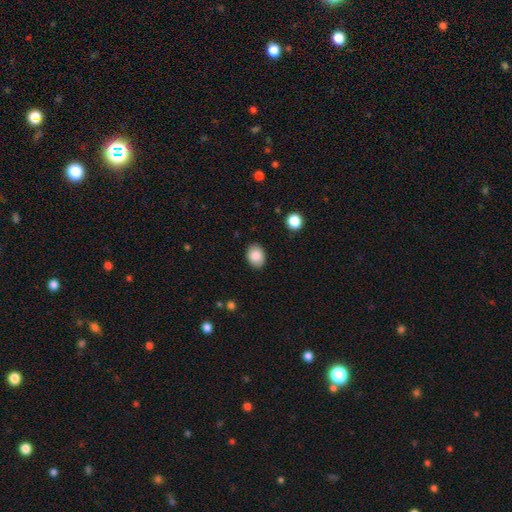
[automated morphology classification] Overall: smooth (87%). How rounded: in between (66%; round 33%). Merging: none (88%).